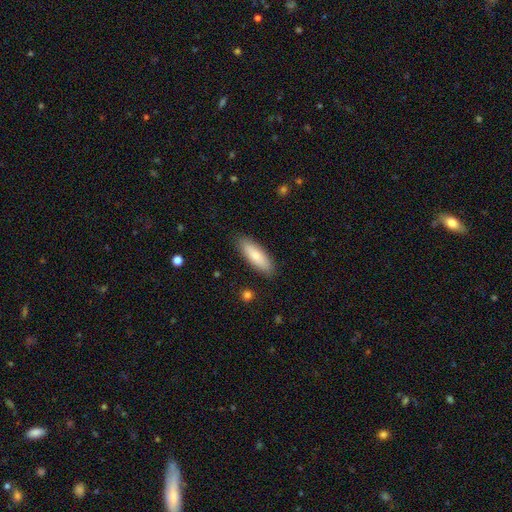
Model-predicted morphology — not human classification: This appears to be a smooth galaxy with no disk features (81%) that is in between round and cigar-shaped (55%). Merging: none (87%).